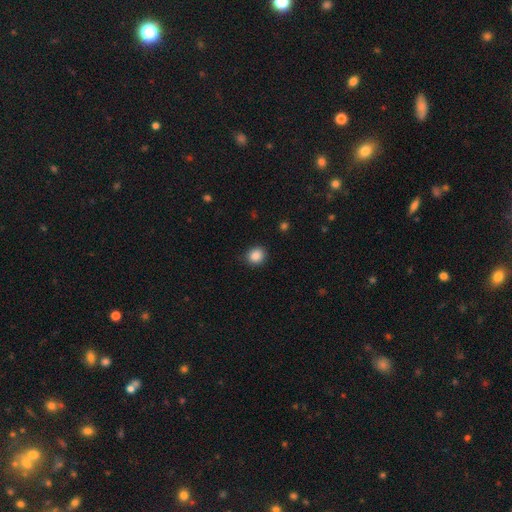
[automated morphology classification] This is clearly a smooth galaxy (86%). How rounded: likely round (78%). Merging: clearly none (87%).